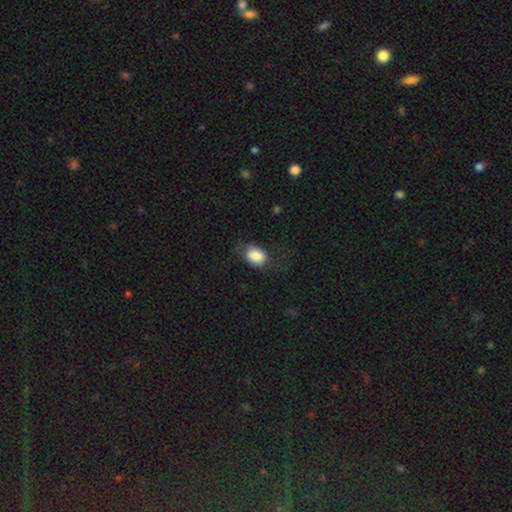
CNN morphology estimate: Overall: smooth (84%). How rounded: in between (76%). Merging: none (56%; minor disturbance 26%).